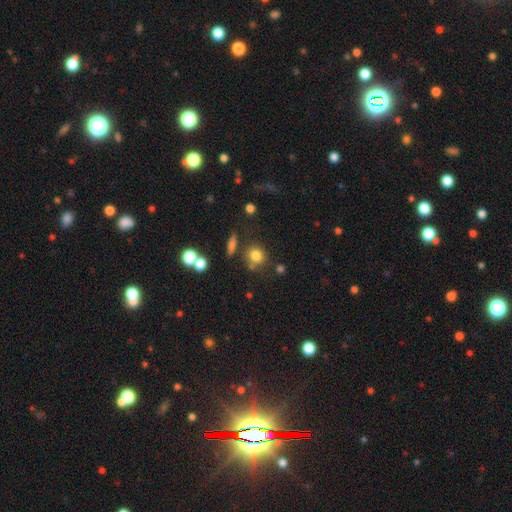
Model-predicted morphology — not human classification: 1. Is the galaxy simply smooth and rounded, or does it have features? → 78% smooth, 14% star or artifact, 8% featured or disk.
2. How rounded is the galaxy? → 83% round, 15% in between, 2% cigar-shaped.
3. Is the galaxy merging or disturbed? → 70% none, 13% minor disturbance, 11% merger, 5% major disturbance.